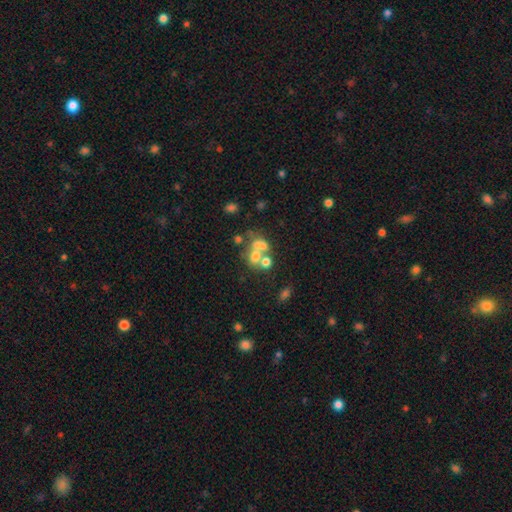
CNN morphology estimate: type=smooth (51%); roundness=round (64%); merging=merger (54%).